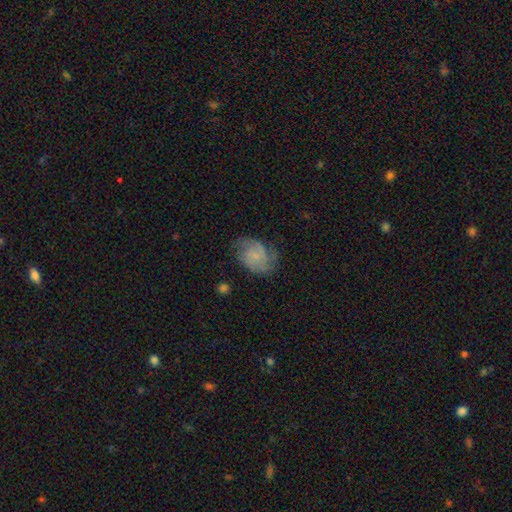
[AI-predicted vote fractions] Q: Smooth or featured?
A: featured or disk (60%); runner-up: smooth (32%)
Q: Edge-on disk?
A: no (98%); runner-up: yes (2%)
Q: Bar?
A: no (65%); runner-up: weak (30%)
Q: Spiral arms?
A: yes (91%); runner-up: no (9%)
Q: Spiral winding?
A: medium (45%); runner-up: tight (33%)
Q: Spiral arm count?
A: 2 (54%); runner-up: can't tell (20%)
Q: Bulge size?
A: none (44%); runner-up: small (42%)
Q: Merging?
A: none (65%); runner-up: minor disturbance (23%)